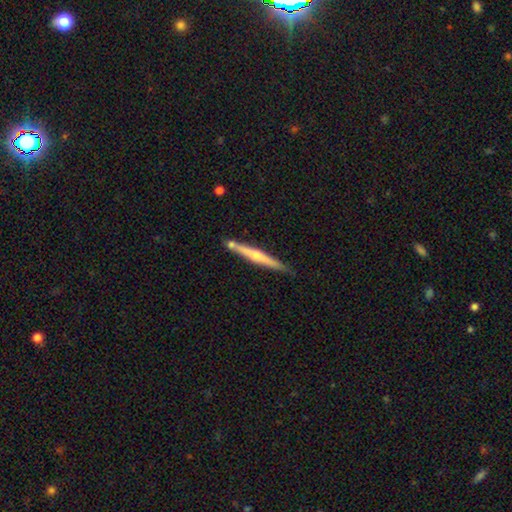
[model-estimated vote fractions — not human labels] A featured or disk galaxy (59%) viewed edge-on (97%) with a rounded central bulge (73%).

Vote fractions:
- Smooth or featured? featured or disk: 59% / smooth: 36% / star or artifact: 5%
- Edge-on disk? yes: 97% / no: 3%
- Edge-on bulge? rounded: 73% / none: 22% / boxy: 5%
- Merging? none: 78% / minor disturbance: 12% / merger: 8% / major disturbance: 2%